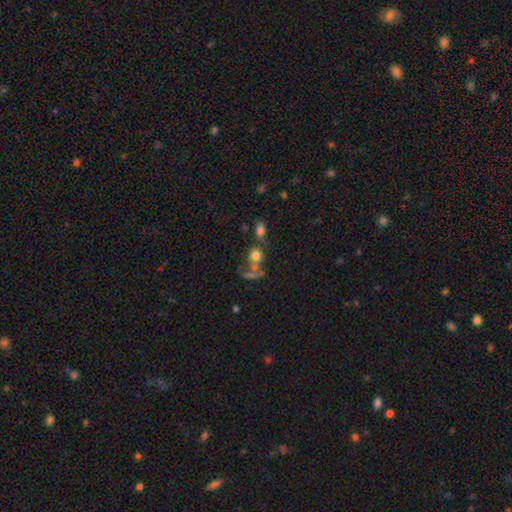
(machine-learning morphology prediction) Q: Smooth or featured?
A: smooth (69%); runner-up: featured or disk (16%)
Q: How rounded?
A: round (69%); runner-up: in between (28%)
Q: Merging?
A: none (40%); runner-up: merger (37%)